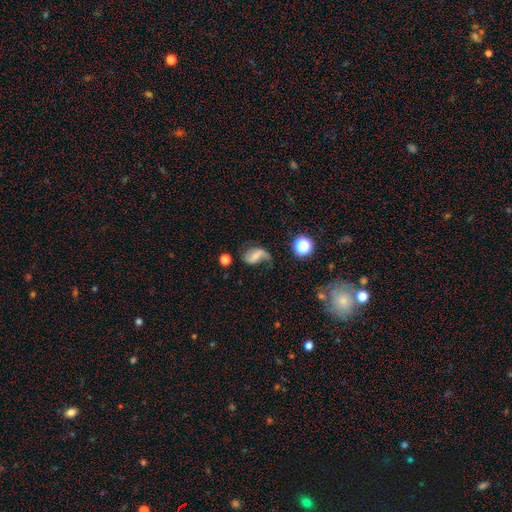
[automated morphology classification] type=featured or disk (54%); edge-on=no (96%); bar=weak (39%); spiral arms=yes (85%); bulge=none (41%); merging=none (41%).